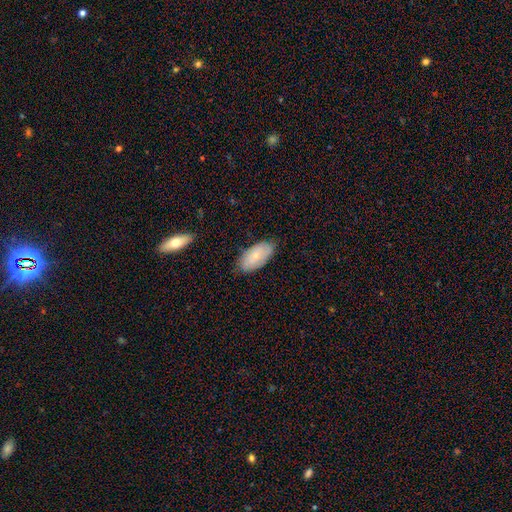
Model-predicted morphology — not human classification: This is likely a smooth galaxy (67%). How rounded: clearly in between (94%). Merging: clearly none (81%).